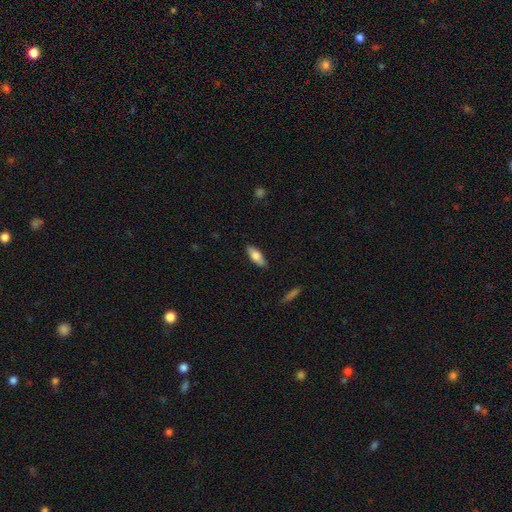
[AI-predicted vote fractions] This is likely a smooth galaxy (74%). How rounded: likely in between (74%). Merging: clearly none (87%).